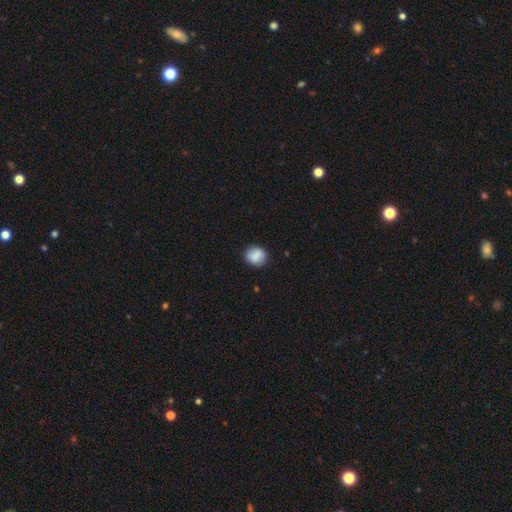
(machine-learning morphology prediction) smooth 85%, star or artifact 8%, featured or disk 7%. Down the decision tree: how rounded — round (76%); merging — none (84%).